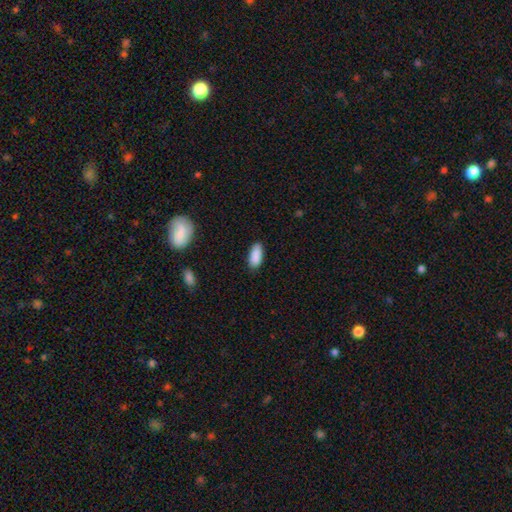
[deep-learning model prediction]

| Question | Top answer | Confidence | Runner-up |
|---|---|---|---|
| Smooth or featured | smooth | 89% | star or artifact (7%) |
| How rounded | in between | 86% | cigar-shaped (12%) |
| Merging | none | 83% | minor disturbance (13%) |